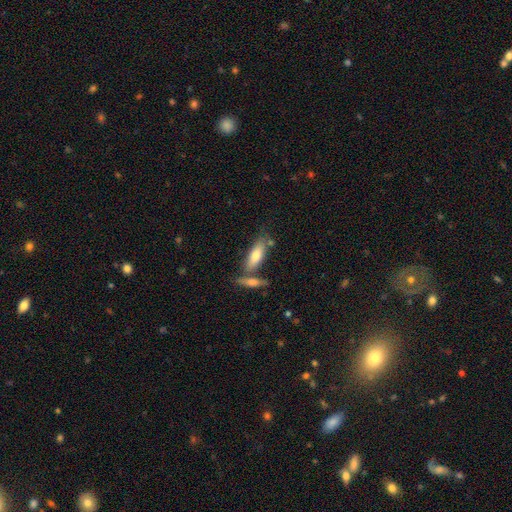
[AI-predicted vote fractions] Q: Smooth or featured?
A: smooth (70%); runner-up: featured or disk (24%)
Q: How rounded?
A: in between (64%); runner-up: cigar-shaped (33%)
Q: Merging?
A: none (57%); runner-up: merger (25%)